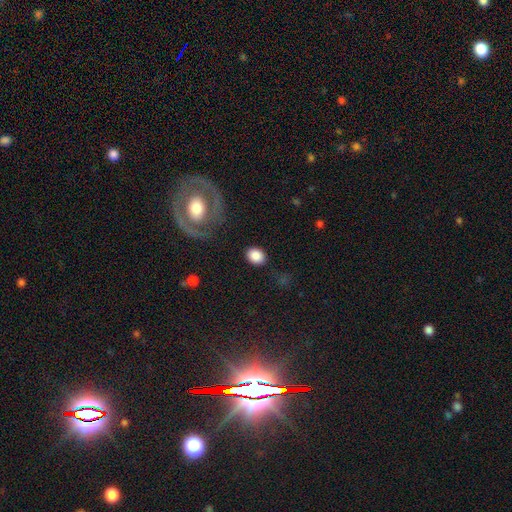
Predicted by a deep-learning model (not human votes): Overall: smooth (87%). How rounded: in between (57%; round 42%). Merging: none (85%).